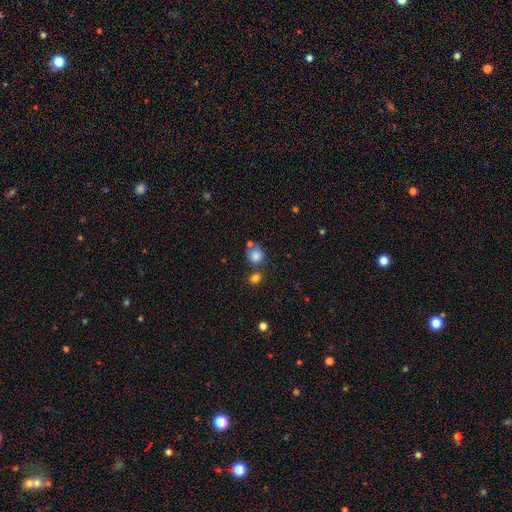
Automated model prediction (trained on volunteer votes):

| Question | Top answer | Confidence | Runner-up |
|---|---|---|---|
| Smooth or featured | smooth | 83% | star or artifact (11%) |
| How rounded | round | 87% | in between (12%) |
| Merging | none | 63% | merger (20%) |